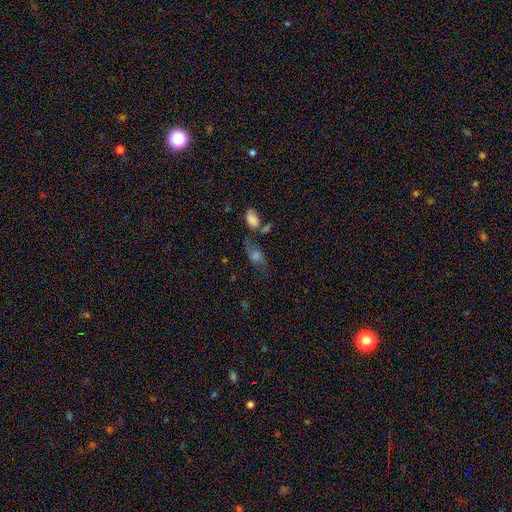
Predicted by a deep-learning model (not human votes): The model was most divided on "smooth or featured": smooth: 49%, featured or disk: 35%, star or artifact: 16%. Remaining: merging — none (48%).